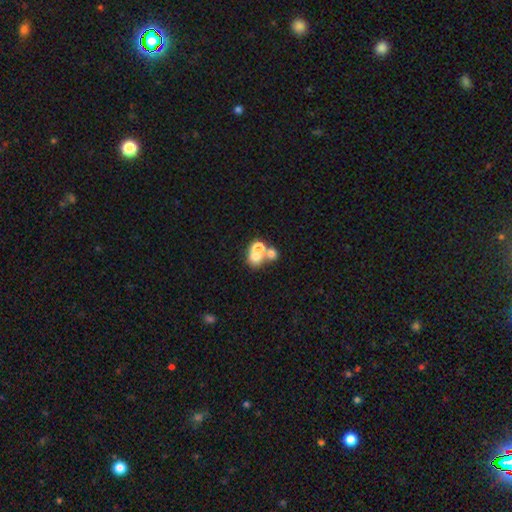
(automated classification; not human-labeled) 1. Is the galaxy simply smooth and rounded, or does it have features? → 59% smooth, 26% featured or disk, 15% star or artifact.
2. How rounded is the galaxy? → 62% round, 37% in between, 1% cigar-shaped.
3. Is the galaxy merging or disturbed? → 61% merger, 27% none, 6% minor disturbance, 6% major disturbance.